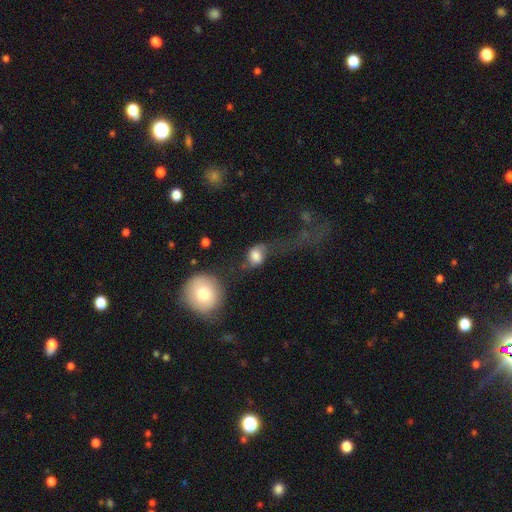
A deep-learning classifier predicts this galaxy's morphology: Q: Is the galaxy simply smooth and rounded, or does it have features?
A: smooth — 64%.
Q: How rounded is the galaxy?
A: in between — 61%.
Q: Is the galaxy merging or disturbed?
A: major disturbance — 41%.